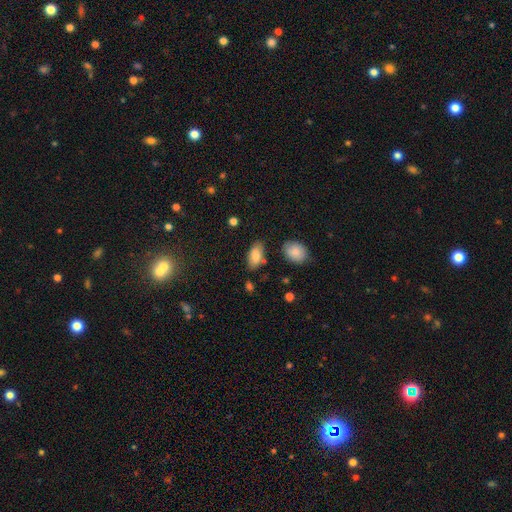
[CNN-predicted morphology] smooth-or-featured: smooth: 81% | featured or disk: 12% | star or artifact: 7%
  how-rounded: in between: 91% | cigar-shaped: 6% | round: 3%
  merging: none: 77% | minor disturbance: 15% | merger: 5% | major disturbance: 3%